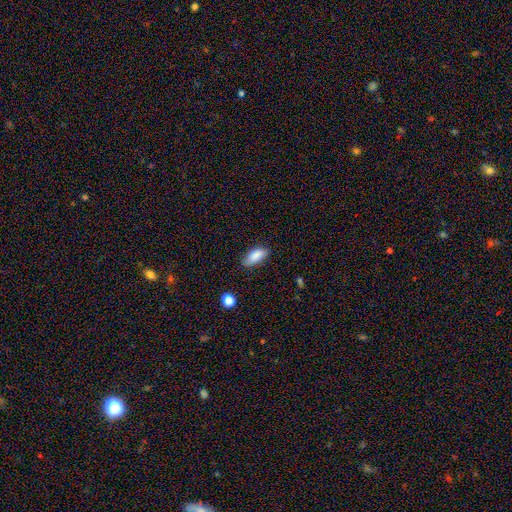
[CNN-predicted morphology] This appears to be a smooth galaxy with no disk features (87%) that is in between round and cigar-shaped (83%). Merging: none (78%).